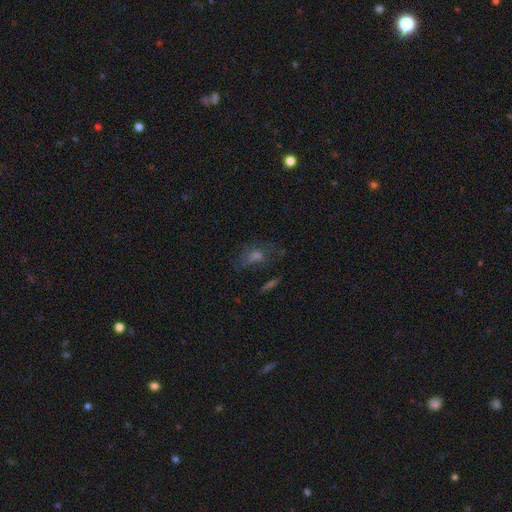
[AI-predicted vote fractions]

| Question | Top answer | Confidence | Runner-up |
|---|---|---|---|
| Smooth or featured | smooth | 40% | star or artifact (30%) |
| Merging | none | 58% | minor disturbance (20%) |